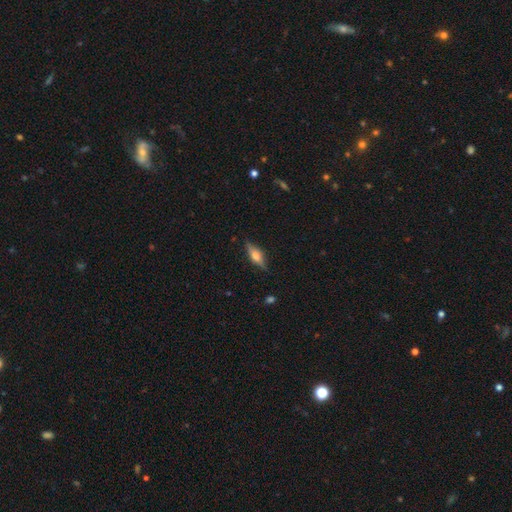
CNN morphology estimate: Overall: featured or disk (57%; smooth 36%). Edge-on disk: yes (93%). Edge-on bulge: rounded (88%). Merging: none (84%).